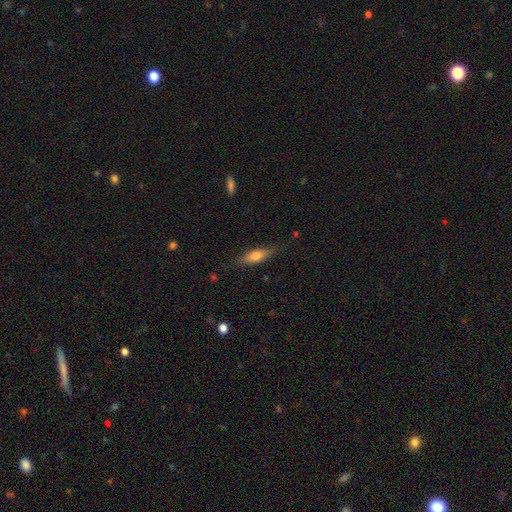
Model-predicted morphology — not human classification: smooth-or-featured: smooth: 60% | featured or disk: 33% | star or artifact: 7%
  how-rounded: cigar-shaped: 50% | in between: 47% | round: 3%
  merging: none: 80% | minor disturbance: 15% | major disturbance: 4% | merger: 1%